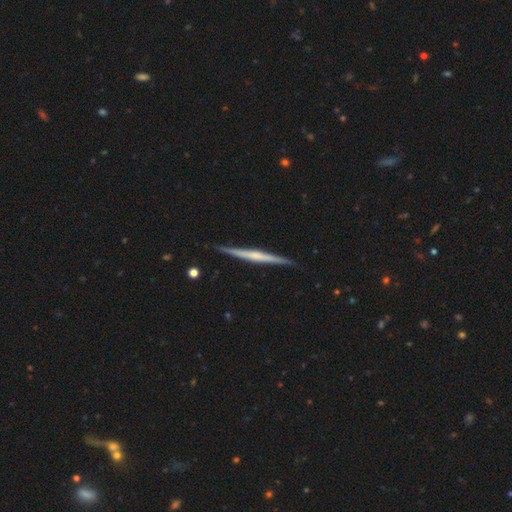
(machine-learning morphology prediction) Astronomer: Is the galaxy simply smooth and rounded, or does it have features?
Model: featured or disk — 67%.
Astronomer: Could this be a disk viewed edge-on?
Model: yes — 98%.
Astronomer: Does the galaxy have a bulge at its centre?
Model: none — 58%.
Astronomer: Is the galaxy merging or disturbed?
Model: none — 90%.